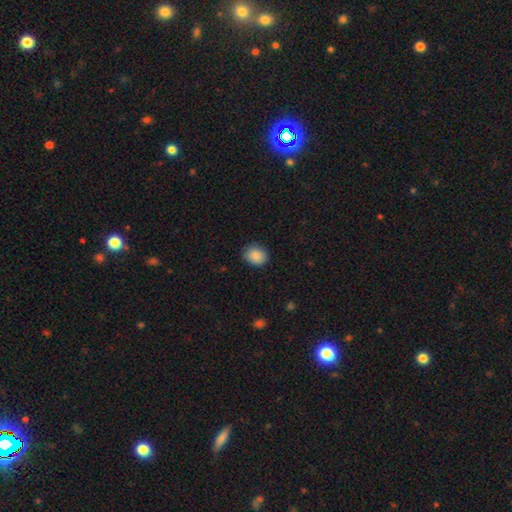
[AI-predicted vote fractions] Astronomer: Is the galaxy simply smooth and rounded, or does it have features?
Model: smooth — 89%.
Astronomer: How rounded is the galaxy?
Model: round — 58% (runner-up: in between, 41%).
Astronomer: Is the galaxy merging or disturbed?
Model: none — 86%.